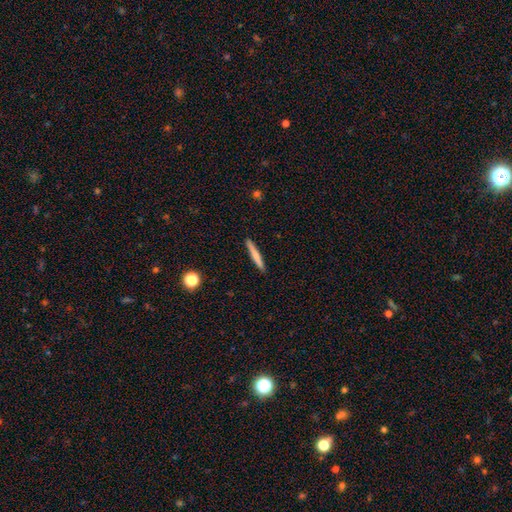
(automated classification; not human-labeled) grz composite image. It shows a smooth galaxy with no disk features (65%) that is cigar-shaped (95%). Merging: none (91%).